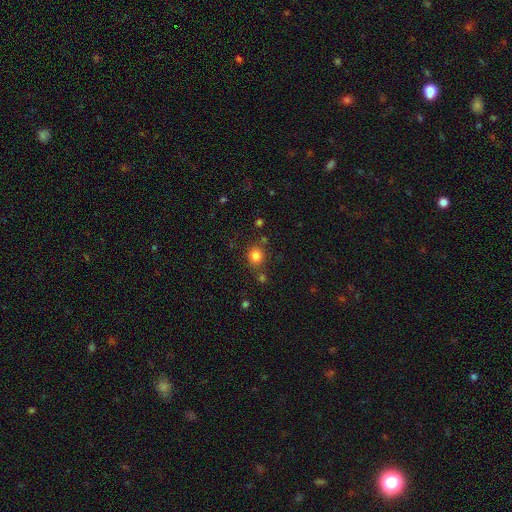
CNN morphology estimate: Overall: smooth (81%). How rounded: round (82%). Merging: none (78%).